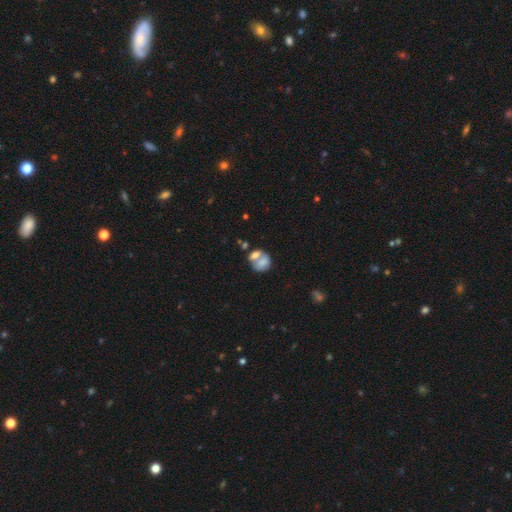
smooth_or_featured: smooth (p=0.76) [alt: featured or disk p=0.18]
how_rounded: round (p=0.59) [alt: in between p=0.38]
merging: none (p=0.44) [tied with: merger p=0.44]